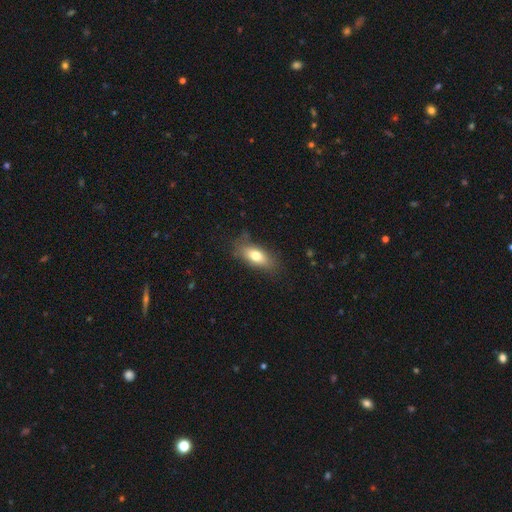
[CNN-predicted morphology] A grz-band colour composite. It shows a smooth galaxy with no disk features (75%) that is in between round and cigar-shaped (81%). Merging: none (73%).